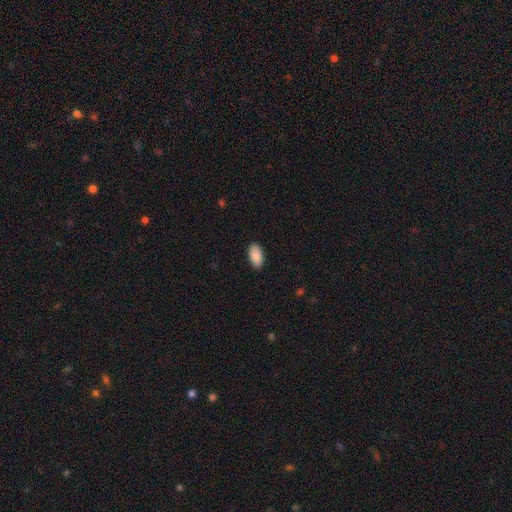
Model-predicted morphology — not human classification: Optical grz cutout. It shows a smooth galaxy with no disk features (90%) that is in between round and cigar-shaped (95%). Merging: none (89%).